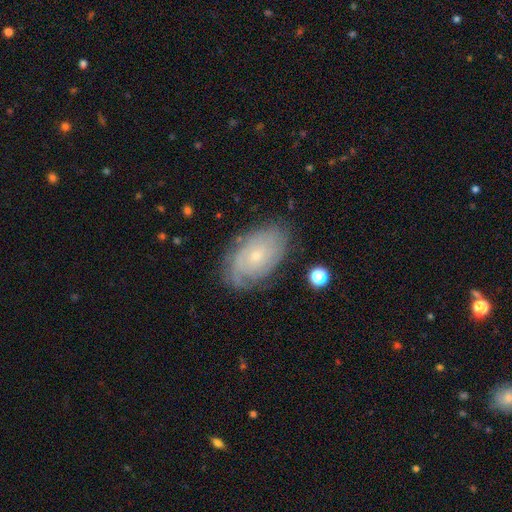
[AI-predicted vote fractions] This is likely a featured or disk galaxy (72%). It is clearly not viewed edge-on (95%). Bar: likely no (80%). Spiral arm pattern: clearly yes (90%). Spiral arm count: possibly can't tell (51%). Spiral winding: likely tight (73%). Central bulge: likely small (77%). Merging: likely none (76%).